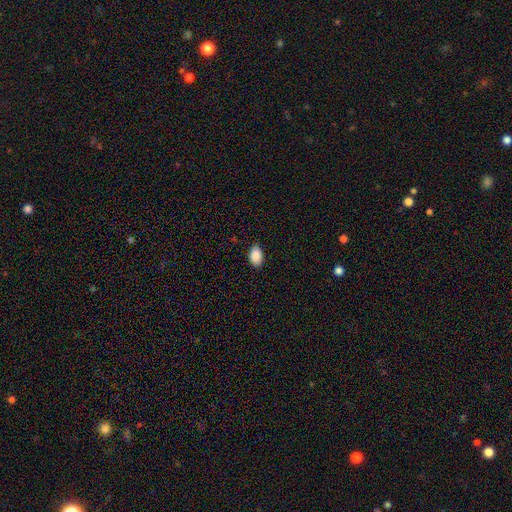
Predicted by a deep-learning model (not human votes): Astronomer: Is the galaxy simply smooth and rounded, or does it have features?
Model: smooth — 90%.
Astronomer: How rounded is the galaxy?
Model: in between — 91%.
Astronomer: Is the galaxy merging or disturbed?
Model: none — 84%.